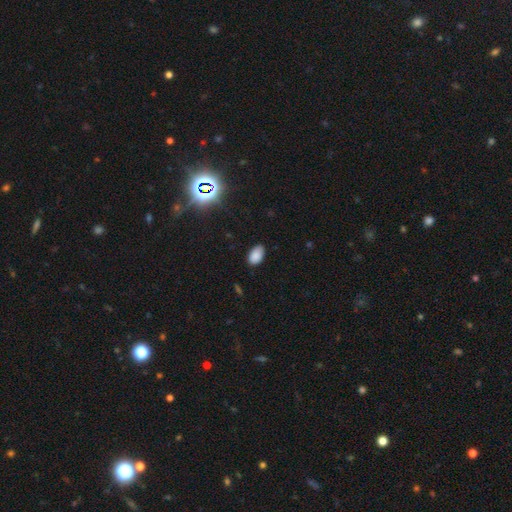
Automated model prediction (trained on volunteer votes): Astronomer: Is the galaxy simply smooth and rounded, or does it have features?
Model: smooth — 84%.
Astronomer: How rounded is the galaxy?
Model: in between — 94%.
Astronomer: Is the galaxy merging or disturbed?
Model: none — 83%.